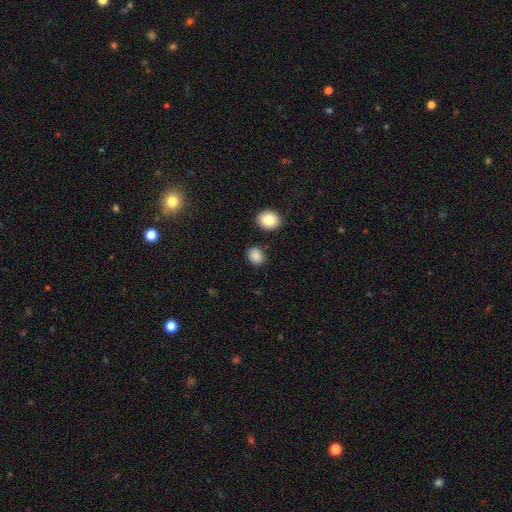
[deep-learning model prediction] A smooth galaxy with no disk features (86%) that is round (57%).

Vote fractions:
- Smooth or featured? smooth: 86% / star or artifact: 9% / featured or disk: 5%
- How rounded? round: 57% / in between: 42% / cigar-shaped: 1%
- Merging? none: 84% / minor disturbance: 9% / merger: 3% / major disturbance: 3%